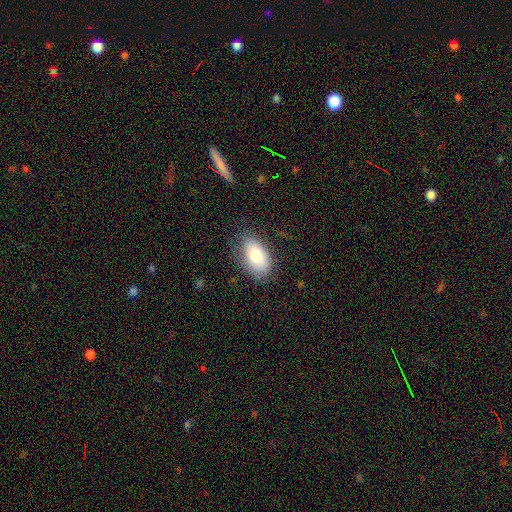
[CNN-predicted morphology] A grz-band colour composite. It shows a smooth galaxy with no disk features (79%) that is in between round and cigar-shaped (93%). Merging: none (76%).